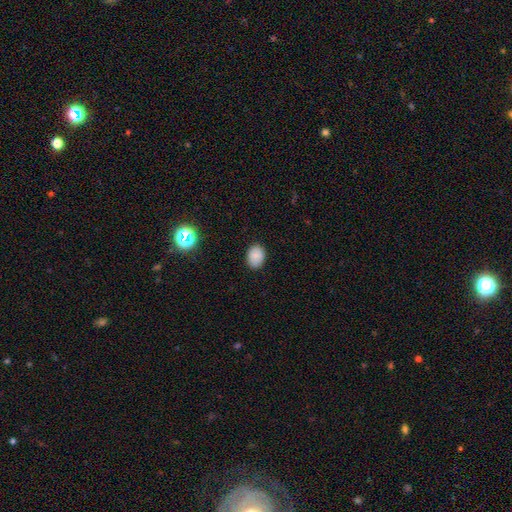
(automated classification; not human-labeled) smooth 85%, star or artifact 10%, featured or disk 5%. Down the decision tree: how rounded — in between (66%); merging — none (86%).